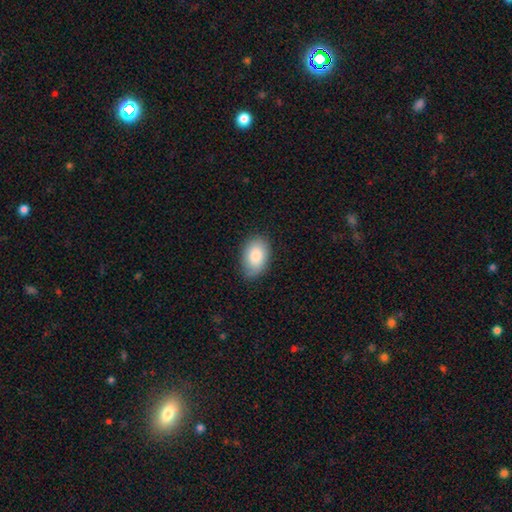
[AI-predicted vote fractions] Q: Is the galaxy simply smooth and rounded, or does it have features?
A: smooth — 85%.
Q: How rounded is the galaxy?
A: in between — 89%.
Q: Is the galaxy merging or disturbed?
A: none — 81%.